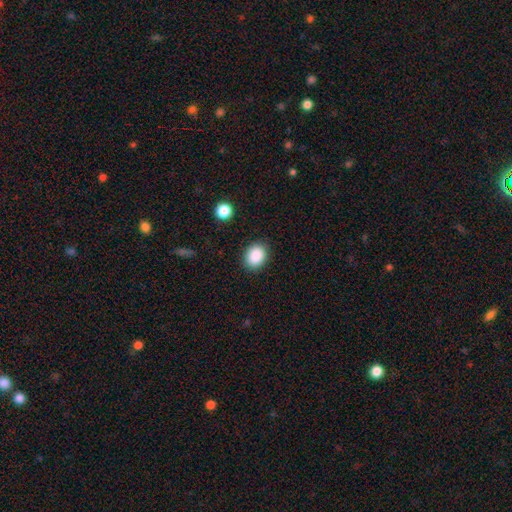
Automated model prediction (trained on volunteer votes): This appears to be a smooth galaxy with no disk features (89%) that is in between round and cigar-shaped (51%). Merging: none (87%).